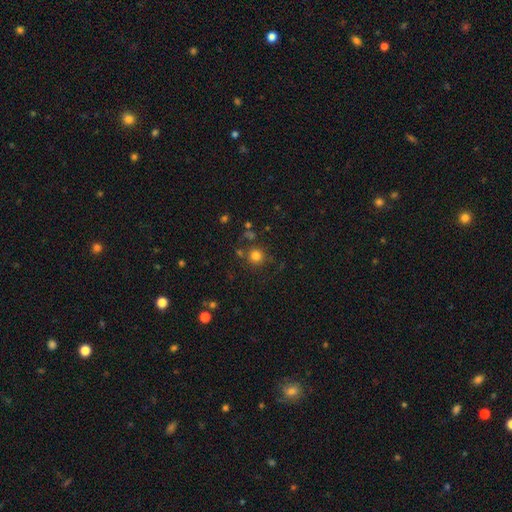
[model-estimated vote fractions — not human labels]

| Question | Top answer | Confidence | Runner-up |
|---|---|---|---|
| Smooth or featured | smooth | 79% | star or artifact (15%) |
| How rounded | round | 93% | in between (6%) |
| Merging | none | 79% | minor disturbance (9%) |